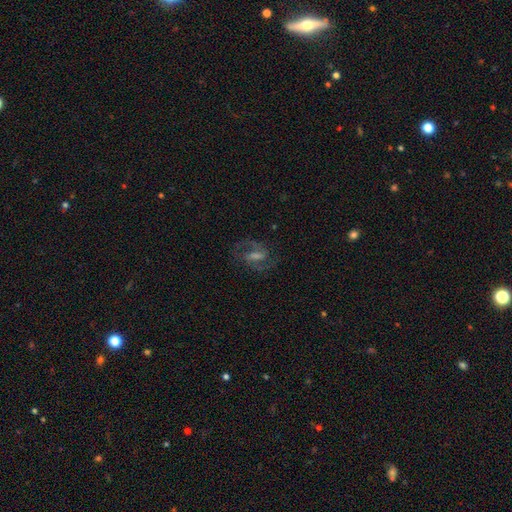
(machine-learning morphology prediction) This is clearly a featured or disk galaxy (81%). It is clearly not viewed edge-on (96%). Bar: possibly weak (47%). Spiral arm pattern: clearly yes (95%). Spiral arm count: clearly 2 (91%). Spiral winding: possibly medium (59%). Central bulge: marginally moderate (32%). Merging: likely none (76%).